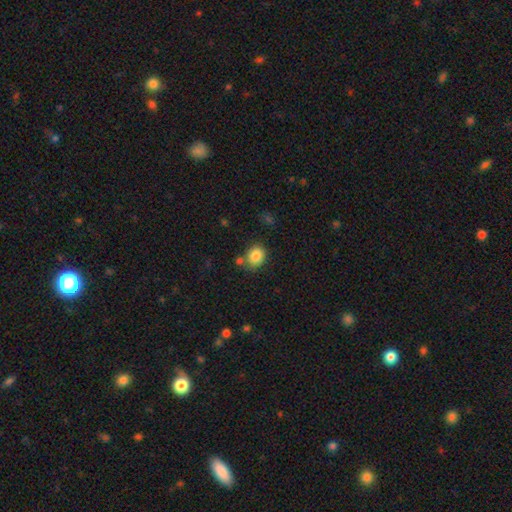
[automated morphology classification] smooth-or-featured: smooth: 85% | star or artifact: 9% | featured or disk: 6%
  how-rounded: round: 61% | in between: 38% | cigar-shaped: 1%
  merging: none: 68% | minor disturbance: 15% | merger: 13% | major disturbance: 4%